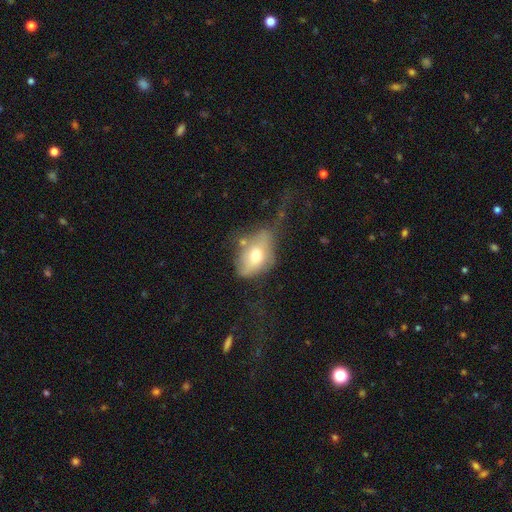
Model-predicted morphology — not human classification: smooth 58%, featured or disk 33%, star or artifact 9%. Down the decision tree: how rounded — in between (81%); merging — major disturbance (35%).